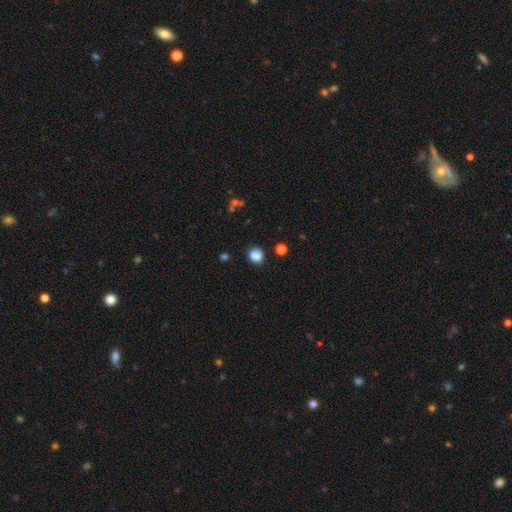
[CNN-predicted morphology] Overall: smooth (84%). How rounded: round (70%). Merging: none (78%).